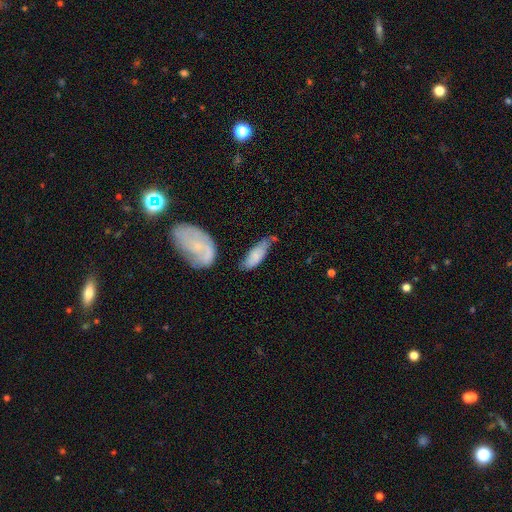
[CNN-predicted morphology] A smooth galaxy with no disk features (70%) that is in between round and cigar-shaped (69%).

Vote fractions:
- Smooth or featured? smooth: 70% / featured or disk: 24% / star or artifact: 6%
- How rounded? in between: 69% / cigar-shaped: 29% / round: 3%
- Merging? minor disturbance: 39% / none: 36% / major disturbance: 15% / merger: 10%